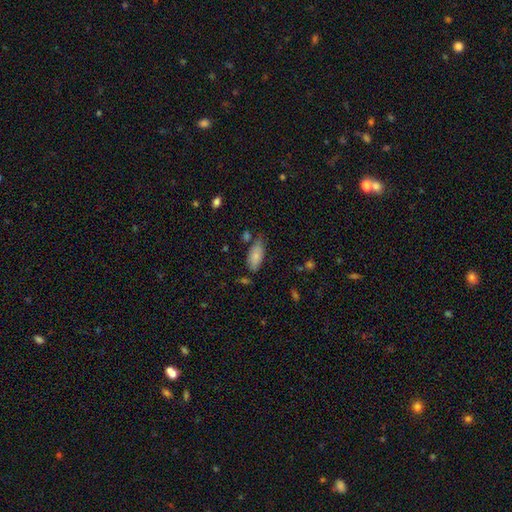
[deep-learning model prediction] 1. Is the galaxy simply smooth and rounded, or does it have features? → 81% smooth, 12% featured or disk, 7% star or artifact.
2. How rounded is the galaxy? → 90% in between, 8% cigar-shaped, 2% round.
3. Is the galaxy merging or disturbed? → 63% none, 25% minor disturbance, 7% merger, 5% major disturbance.